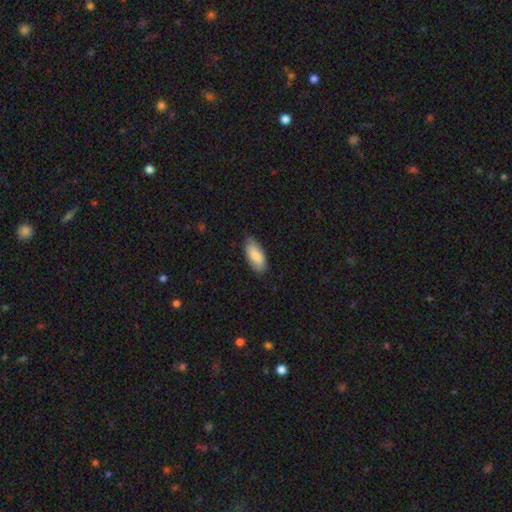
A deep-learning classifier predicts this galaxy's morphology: Smooth or featured? Predicted: smooth (p=0.86). How rounded? Predicted: in between (p=0.88). Merging? Predicted: none (p=0.81).